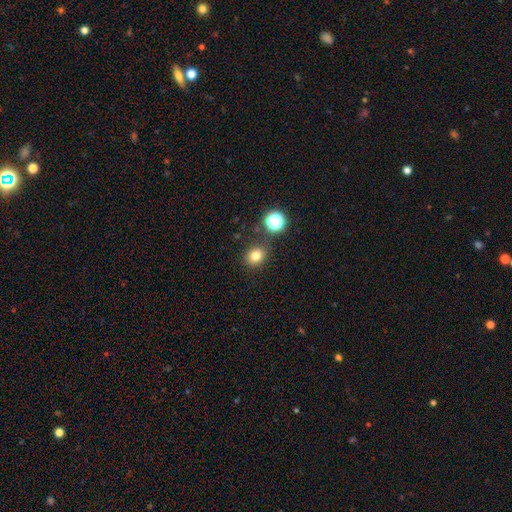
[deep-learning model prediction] Smooth or featured: smooth — 77% (star or artifact — 16%)
How rounded: round — 70% (in between — 30%)
Merging: none — 84% (minor disturbance — 8%)